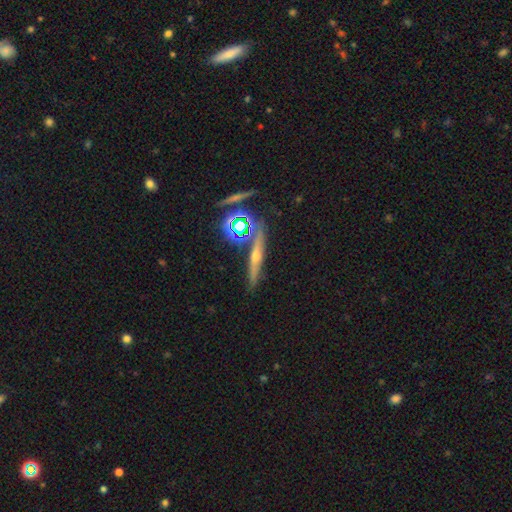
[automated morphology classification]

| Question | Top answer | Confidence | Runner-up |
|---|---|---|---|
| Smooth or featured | featured or disk | 56% | smooth (23%) |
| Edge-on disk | yes | 92% | no (8%) |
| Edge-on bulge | rounded | 85% | none (10%) |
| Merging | none | 82% | minor disturbance (9%) |